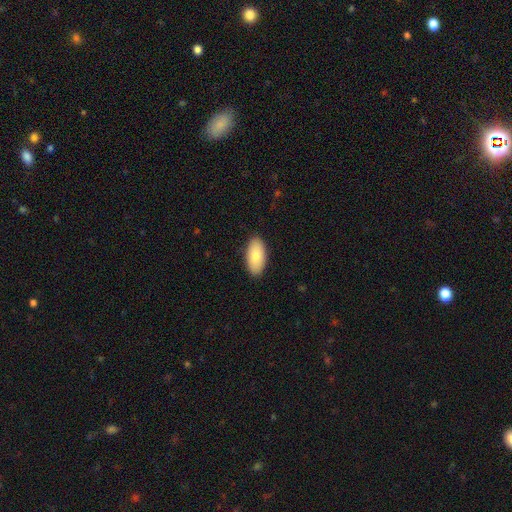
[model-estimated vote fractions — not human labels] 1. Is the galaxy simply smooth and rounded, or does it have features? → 82% smooth, 12% featured or disk, 6% star or artifact.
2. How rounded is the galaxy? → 94% in between, 4% cigar-shaped, 2% round.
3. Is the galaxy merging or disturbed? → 88% none, 9% minor disturbance, 2% major disturbance, 1% merger.